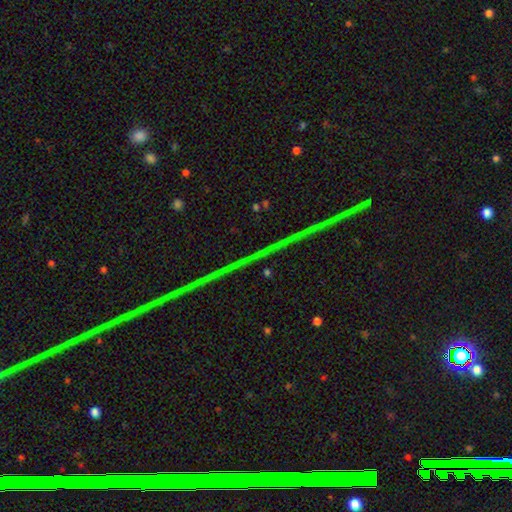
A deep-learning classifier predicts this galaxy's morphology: Smooth or featured: star or artifact — 82% (featured or disk — 12%)